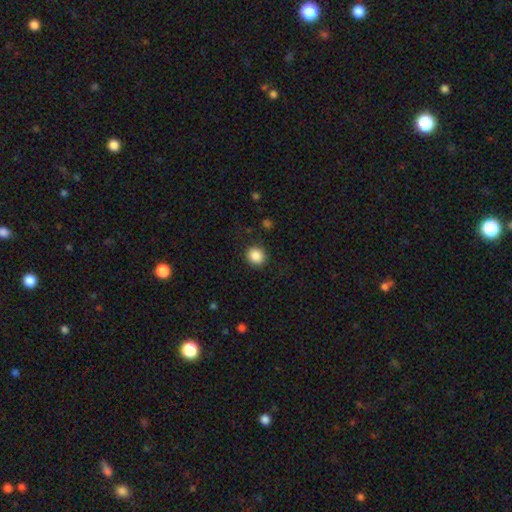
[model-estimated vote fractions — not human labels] A smooth galaxy with no disk features (87%) that is round (84%).

Vote fractions:
- Smooth or featured? smooth: 87% / star or artifact: 9% / featured or disk: 3%
- How rounded? round: 84% / in between: 16% / cigar-shaped: 1%
- Merging? none: 88% / minor disturbance: 8% / major disturbance: 3% / merger: 1%